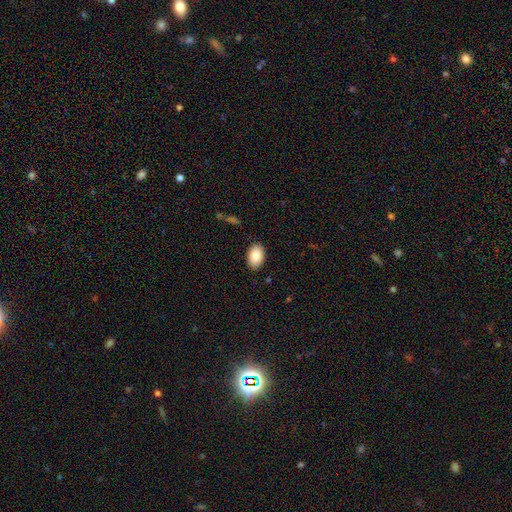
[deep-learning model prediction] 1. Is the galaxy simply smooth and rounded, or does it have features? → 86% smooth, 7% featured or disk, 7% star or artifact.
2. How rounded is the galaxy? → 91% in between, 8% round, 1% cigar-shaped.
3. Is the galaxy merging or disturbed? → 88% none, 9% minor disturbance, 2% major disturbance, 1% merger.